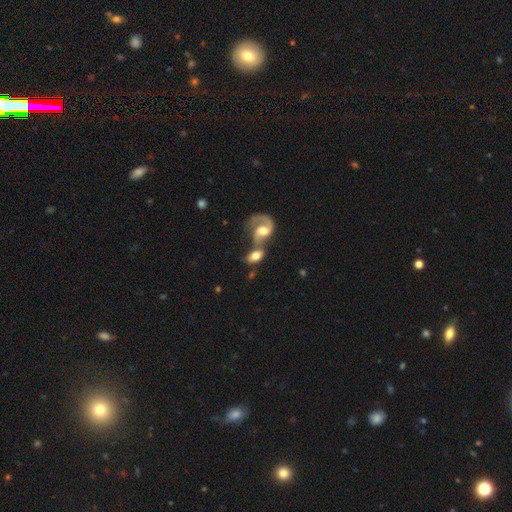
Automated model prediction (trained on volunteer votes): smooth_or_featured: smooth (p=0.49) [alt: featured or disk p=0.44]
merging: merger (p=0.70) [alt: none p=0.15]